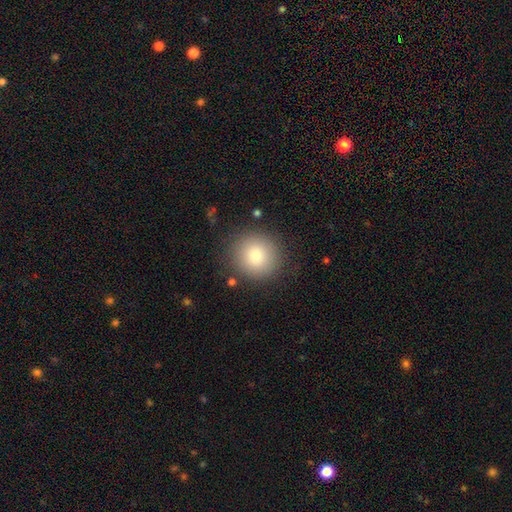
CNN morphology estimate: A smooth galaxy with no disk features (79%) that is round (93%). Merging: none (87%).